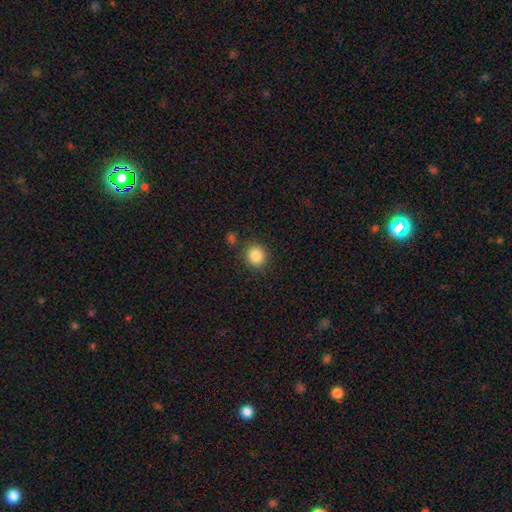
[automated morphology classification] This appears to be a smooth galaxy with no disk features (86%) that is round (89%). Merging: none (85%).